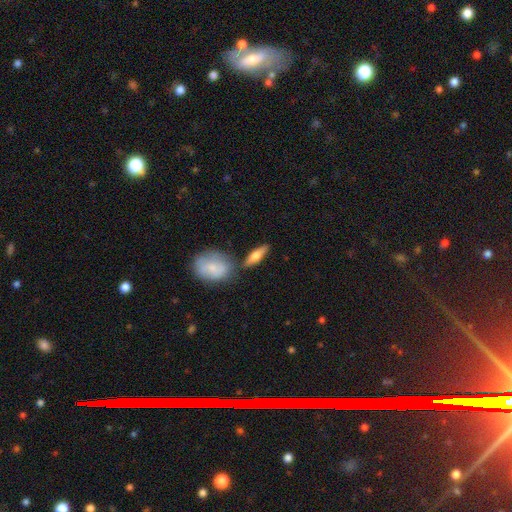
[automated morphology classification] The model was most divided on "how rounded": cigar-shaped: 48%, in between: 47%, round: 5%. More confident: merging — none (74%); smooth or featured — smooth (53%).